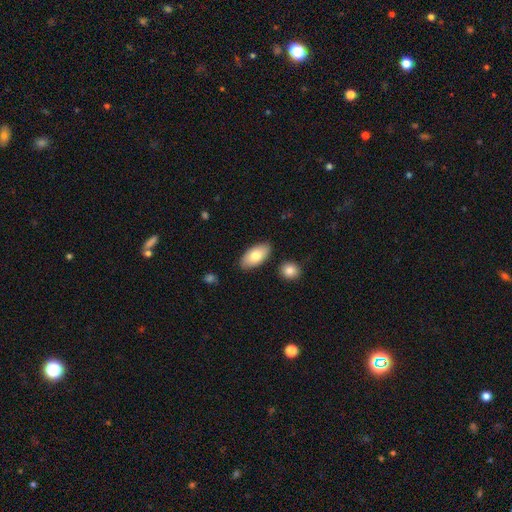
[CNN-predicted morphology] The model was most divided on "smooth or featured": smooth: 78%, featured or disk: 16%, star or artifact: 6%. More confident: how rounded — in between (93%); merging — none (85%).